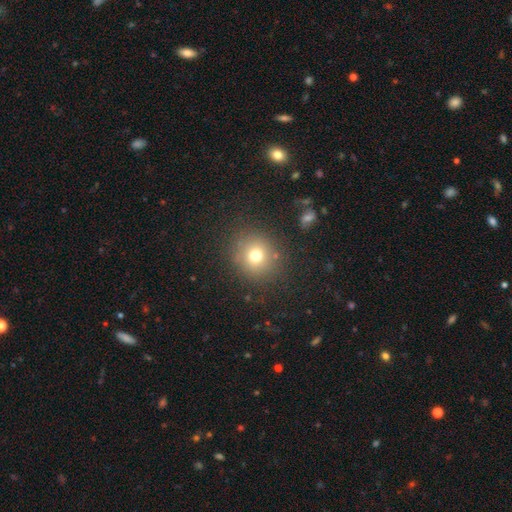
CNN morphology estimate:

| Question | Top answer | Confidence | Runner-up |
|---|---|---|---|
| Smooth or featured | smooth | 73% | star or artifact (16%) |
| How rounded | round | 86% | in between (13%) |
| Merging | none | 84% | minor disturbance (9%) |